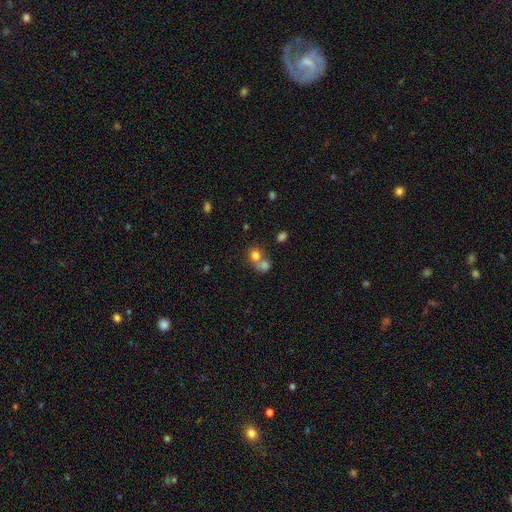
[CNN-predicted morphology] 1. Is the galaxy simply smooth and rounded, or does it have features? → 75% smooth, 13% star or artifact, 12% featured or disk.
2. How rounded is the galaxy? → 77% round, 22% in between, 1% cigar-shaped.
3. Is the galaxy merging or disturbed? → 52% merger, 38% none, 7% minor disturbance, 4% major disturbance.